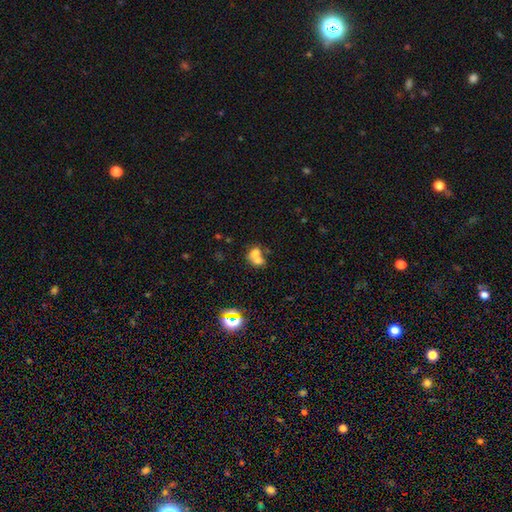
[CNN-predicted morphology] Overall: smooth (65%). How rounded: round (55%; in between 44%). Merging: merger (67%).